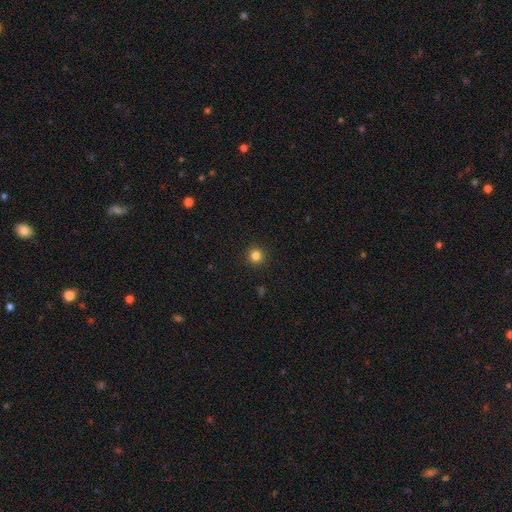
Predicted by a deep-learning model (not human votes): Morphology: type=smooth (83%); roundness=round (94%); merging=none (92%).